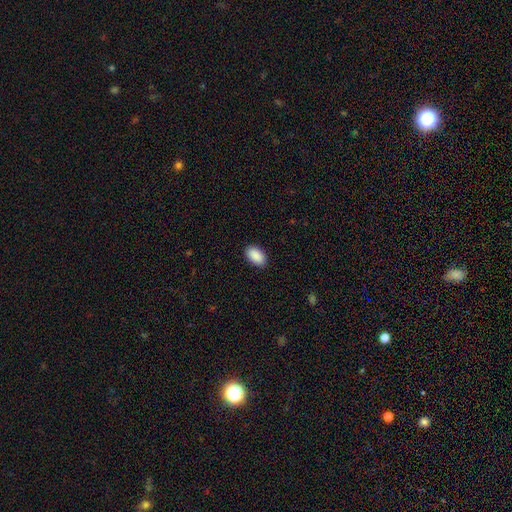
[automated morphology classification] type=smooth (91%); roundness=in between (94%); merging=none (89%).